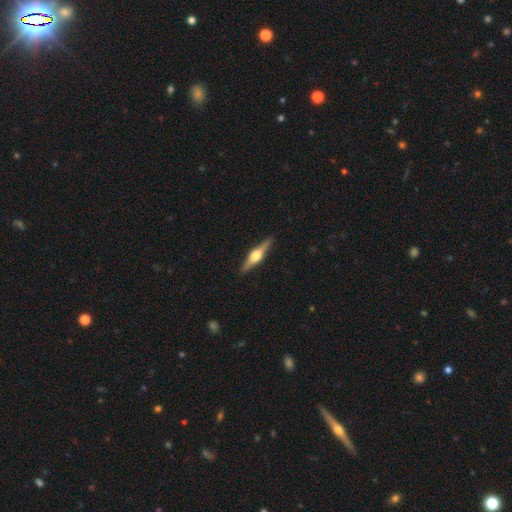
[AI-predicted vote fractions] smooth_or_featured: featured or disk (p=0.75) [alt: smooth p=0.20]
disk_edge_on: yes (p=0.98) [alt: no p=0.02]
edge_on_bulge: rounded (p=0.94) [alt: boxy p=0.04]
merging: none (p=0.91) [alt: minor disturbance p=0.06]